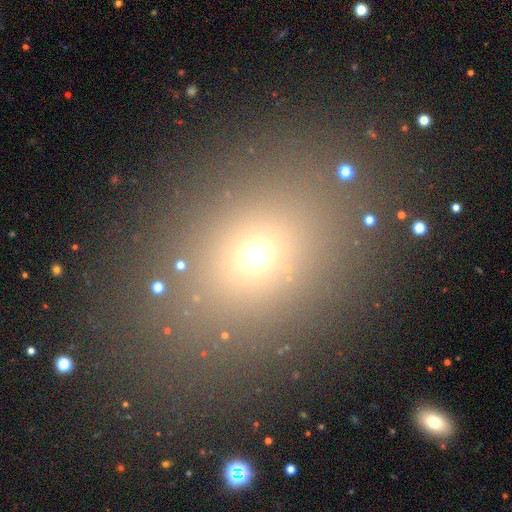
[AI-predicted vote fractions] Smooth or featured: smooth — 63% (star or artifact — 27%)
How rounded: in between — 53% (round — 45%)
Merging: none — 82% (minor disturbance — 9%)